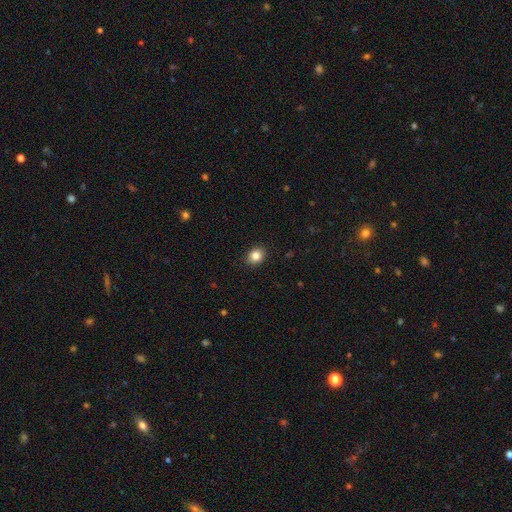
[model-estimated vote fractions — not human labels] Q: Smooth or featured?
A: smooth (85%); runner-up: star or artifact (10%)
Q: How rounded?
A: in between (51%); runner-up: round (48%)
Q: Merging?
A: none (90%); runner-up: minor disturbance (7%)